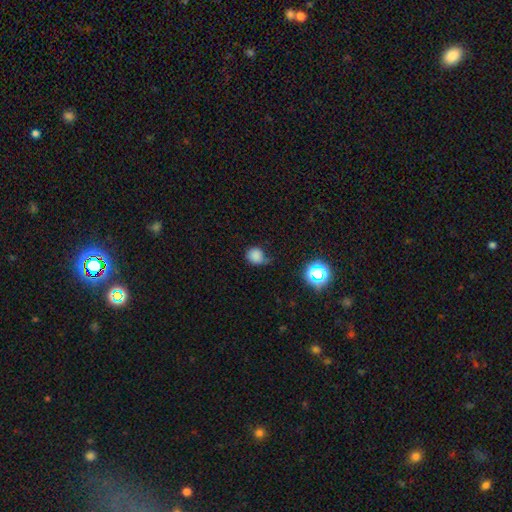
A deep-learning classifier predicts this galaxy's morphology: Smooth or featured? Predicted: smooth (p=0.80). How rounded? Predicted: round (p=0.82). Merging? Predicted: none (p=0.55).